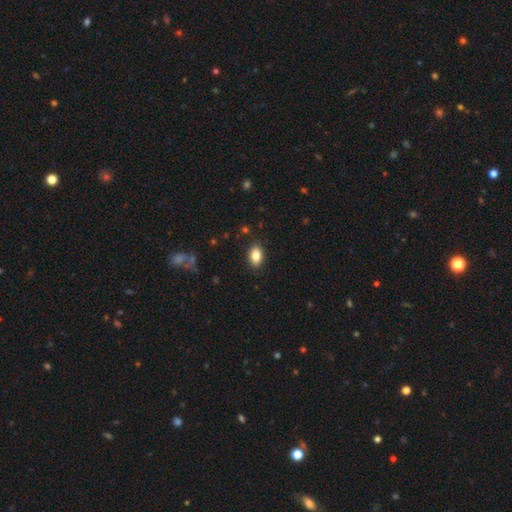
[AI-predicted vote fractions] This appears to be a smooth galaxy with no disk features (84%) that is in between round and cigar-shaped (87%). Merging: none (88%).